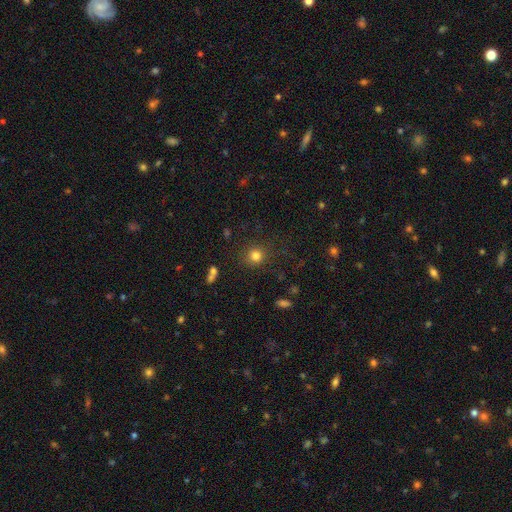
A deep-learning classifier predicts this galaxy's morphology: A smooth galaxy with no disk features (81%) that is round (90%).

Vote fractions:
- Smooth or featured? smooth: 81% / star or artifact: 14% / featured or disk: 6%
- How rounded? round: 90% / in between: 9% / cigar-shaped: 1%
- Merging? none: 85% / minor disturbance: 9% / major disturbance: 4% / merger: 2%